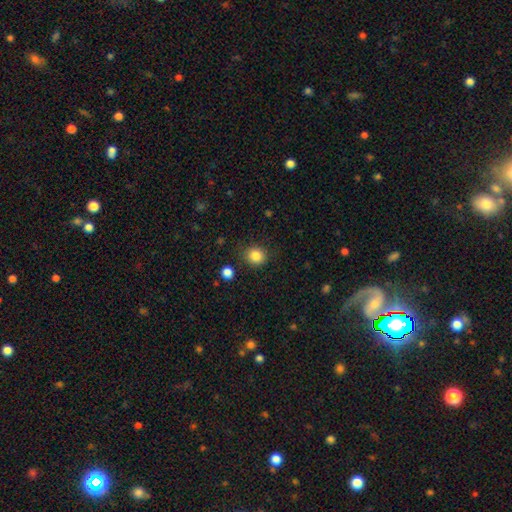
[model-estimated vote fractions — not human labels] This is clearly a smooth galaxy (85%). How rounded: clearly round (83%). Merging: clearly none (86%).